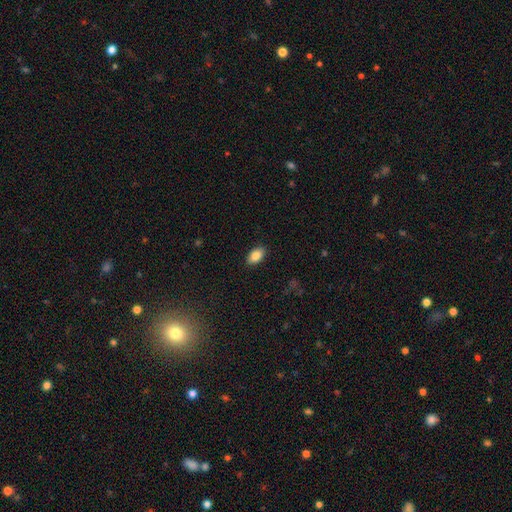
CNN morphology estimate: type=smooth (85%); roundness=in between (93%); merging=none (89%).